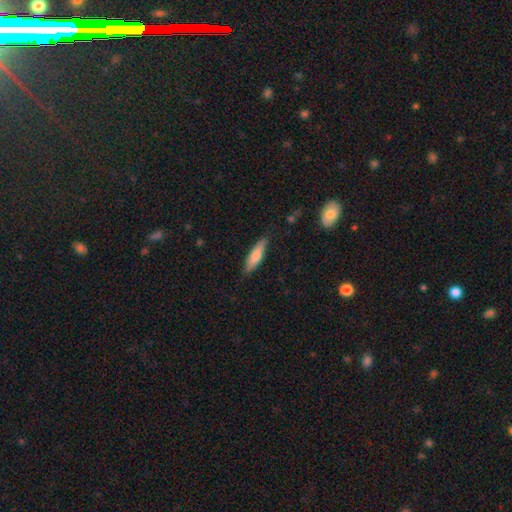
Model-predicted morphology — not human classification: This appears to be a smooth galaxy with no disk features (75%) that is cigar-shaped (69%). Merging: none (82%).